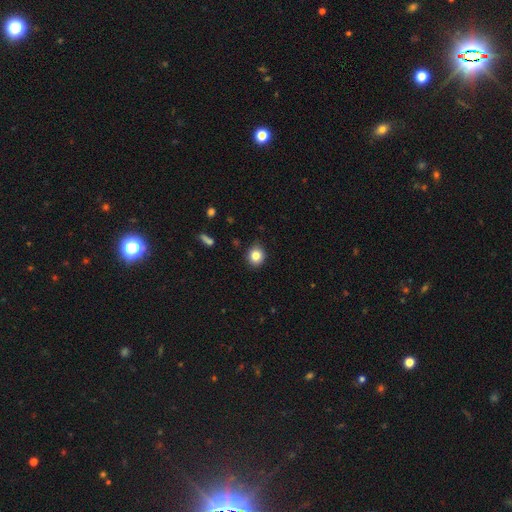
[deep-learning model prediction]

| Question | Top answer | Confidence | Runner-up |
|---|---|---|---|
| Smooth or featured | smooth | 83% | star or artifact (10%) |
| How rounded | round | 80% | in between (19%) |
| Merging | none | 87% | minor disturbance (10%) |